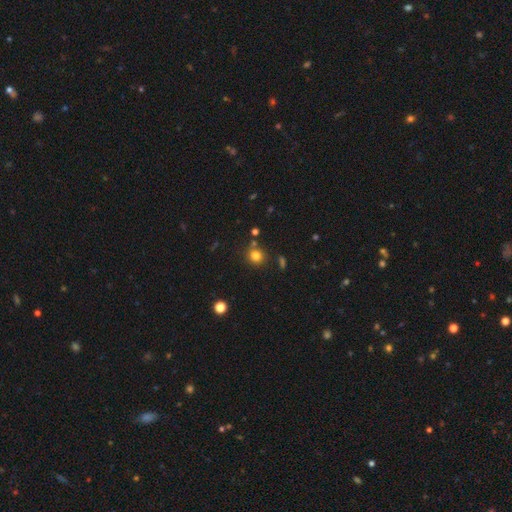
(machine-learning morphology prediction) A smooth galaxy with no disk features (80%) that is round (88%).

Vote fractions:
- Smooth or featured? smooth: 80% / star or artifact: 14% / featured or disk: 6%
- How rounded? round: 88% / in between: 11% / cigar-shaped: 1%
- Merging? none: 81% / minor disturbance: 9% / merger: 7% / major disturbance: 3%